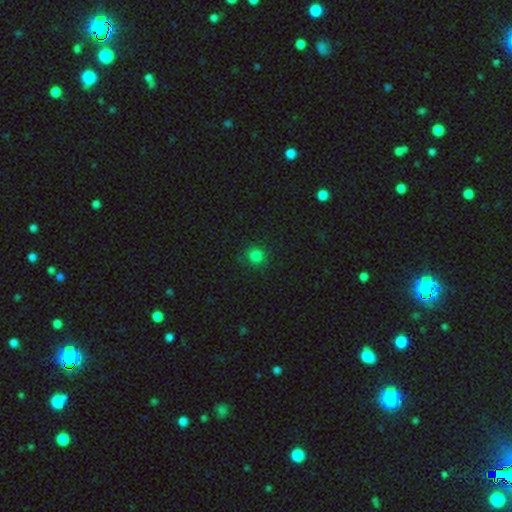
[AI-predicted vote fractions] smooth_or_featured: smooth (p=0.82) [alt: star or artifact p=0.15]
how_rounded: round (p=0.88) [alt: in between p=0.11]
merging: none (p=0.87) [alt: minor disturbance p=0.09]